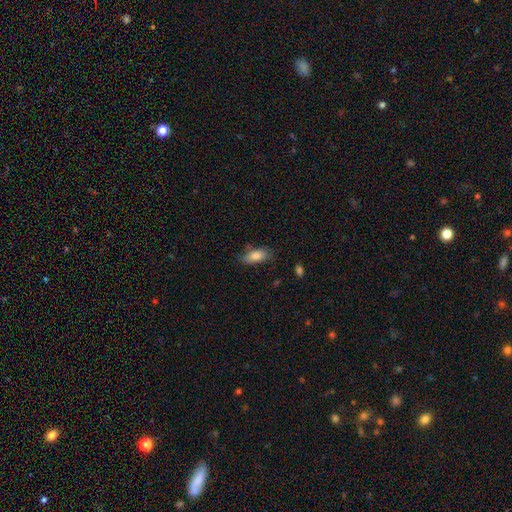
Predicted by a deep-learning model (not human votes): A smooth galaxy with no disk features (84%) that is in between round and cigar-shaped (85%). Merging: none (74%).